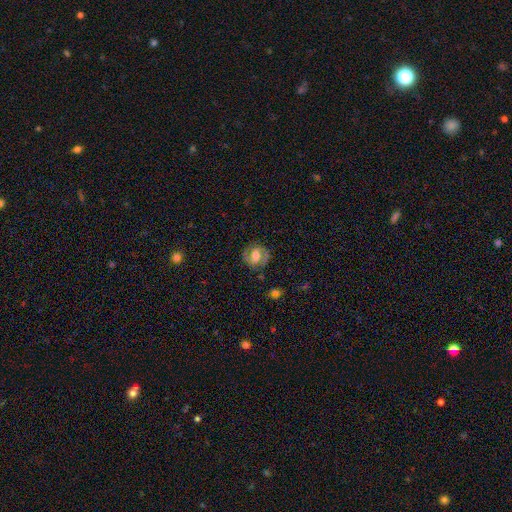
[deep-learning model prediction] Q: Smooth or featured?
A: featured or disk (67%); runner-up: smooth (26%)
Q: Edge-on disk?
A: no (97%); runner-up: yes (3%)
Q: Bar?
A: weak (44%); runner-up: no (29%)
Q: Spiral arms?
A: yes (82%); runner-up: no (18%)
Q: Spiral winding?
A: medium (48%); runner-up: tight (37%)
Q: Spiral arm count?
A: 2 (86%); runner-up: can't tell (8%)
Q: Bulge size?
A: moderate (53%); runner-up: large (27%)
Q: Merging?
A: none (78%); runner-up: minor disturbance (14%)